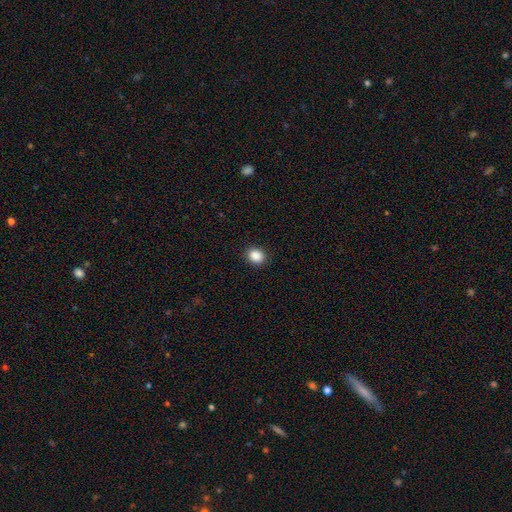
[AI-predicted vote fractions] smooth_or_featured: smooth (p=0.88) [alt: star or artifact p=0.09]
how_rounded: round (p=0.61) [alt: in between p=0.38]
merging: none (p=0.90) [alt: minor disturbance p=0.07]